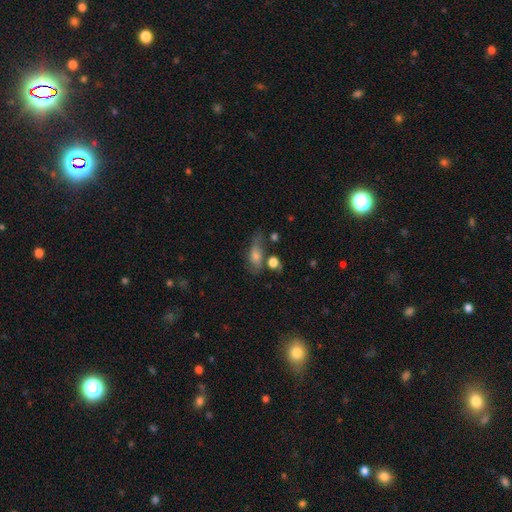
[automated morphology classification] A smooth galaxy with no disk features (51%) that is in between round and cigar-shaped (66%).

Vote fractions:
- Smooth or featured? smooth: 51% / featured or disk: 31% / star or artifact: 17%
- How rounded? in between: 66% / cigar-shaped: 21% / round: 13%
- Merging? none: 46% / minor disturbance: 24% / major disturbance: 18% / merger: 13%